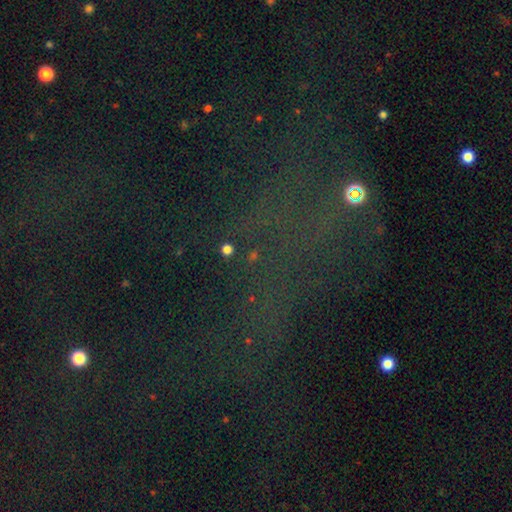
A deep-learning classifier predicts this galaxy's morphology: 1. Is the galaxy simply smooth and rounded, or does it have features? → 63% star or artifact, 22% smooth, 16% featured or disk.